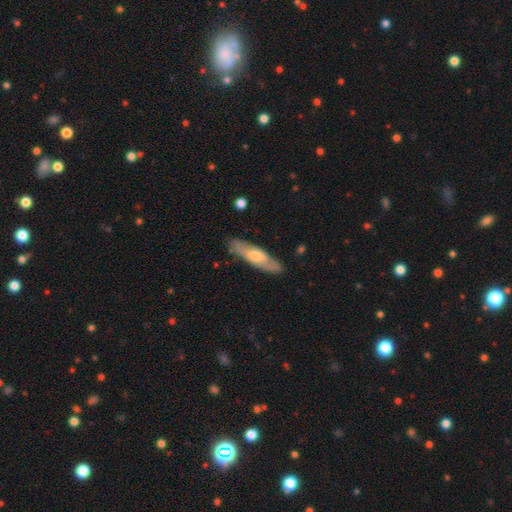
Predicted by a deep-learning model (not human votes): Smooth or featured? Predicted: smooth (p=0.48). Merging? Predicted: none (p=0.84).